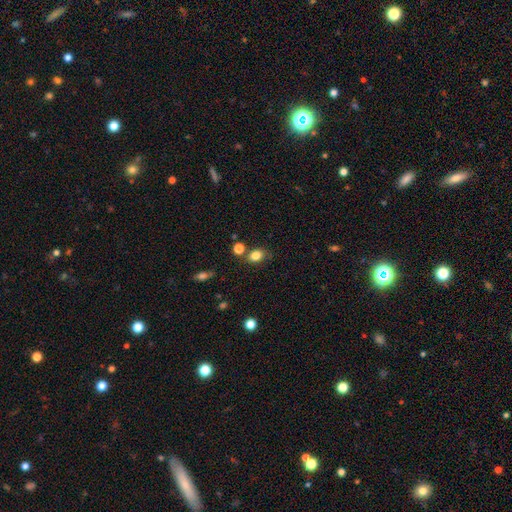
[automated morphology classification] Q: Smooth or featured?
A: smooth (82%); runner-up: star or artifact (11%)
Q: How rounded?
A: in between (57%); runner-up: round (41%)
Q: Merging?
A: none (69%); runner-up: minor disturbance (16%)